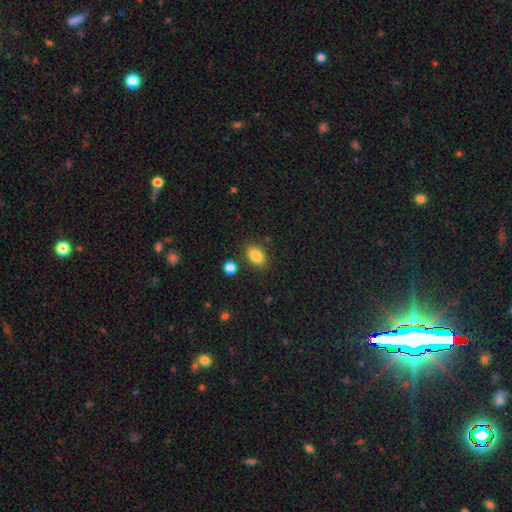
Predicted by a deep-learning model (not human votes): Smooth or featured: smooth — 85% (star or artifact — 9%)
How rounded: in between — 84% (round — 15%)
Merging: none — 82% (minor disturbance — 10%)